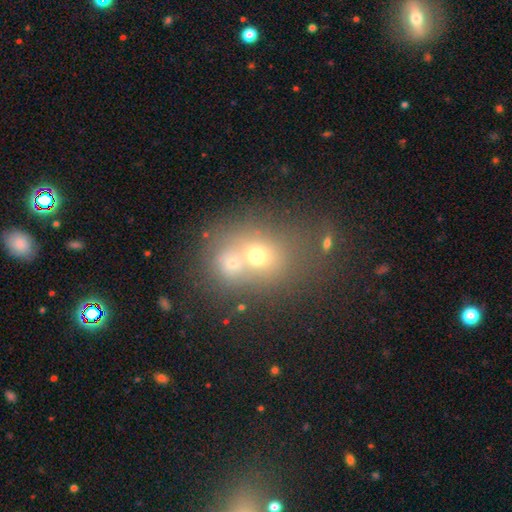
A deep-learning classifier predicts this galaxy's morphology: Overall: smooth (57%; featured or disk 25%). How rounded: round (59%; in between 40%). Merging: merger (62%; none 26%).